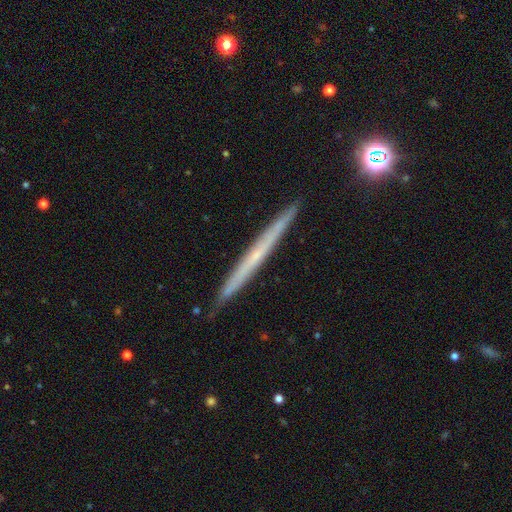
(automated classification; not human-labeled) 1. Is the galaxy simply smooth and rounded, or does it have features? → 60% featured or disk, 32% smooth, 7% star or artifact.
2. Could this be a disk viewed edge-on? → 97% yes, 3% no.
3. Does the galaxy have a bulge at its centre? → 80% none, 17% rounded, 3% boxy.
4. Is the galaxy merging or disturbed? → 92% none, 6% minor disturbance, 1% merger, 1% major disturbance.